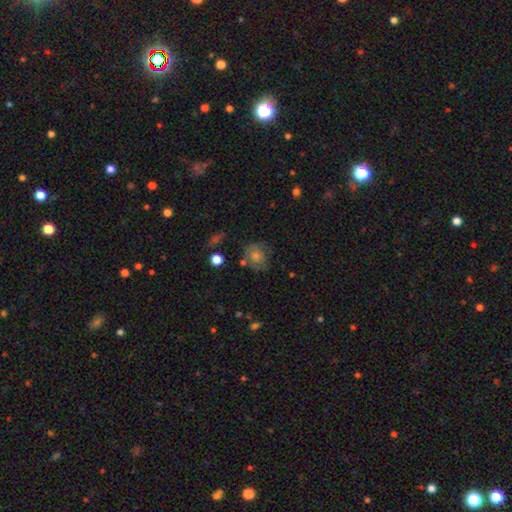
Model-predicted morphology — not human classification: Smooth or featured: smooth — 50% (featured or disk — 33%)
Merging: none — 67% (minor disturbance — 21%)